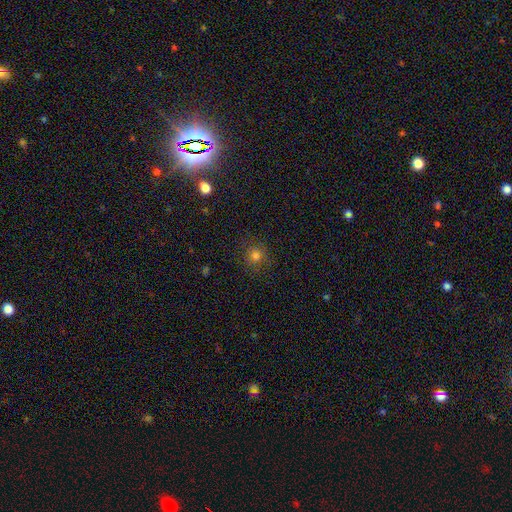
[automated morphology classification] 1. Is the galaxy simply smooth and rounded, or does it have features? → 78% smooth, 16% star or artifact, 7% featured or disk.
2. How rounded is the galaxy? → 89% round, 10% in between, 1% cigar-shaped.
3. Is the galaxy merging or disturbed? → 85% none, 10% minor disturbance, 4% major disturbance, 1% merger.